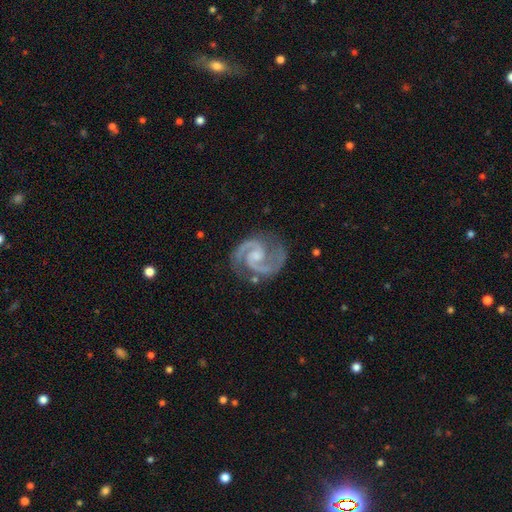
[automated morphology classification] featured or disk 94%, star or artifact 4%, smooth 3%. Down the decision tree: edge-on disk — no (98%); bar — weak (45%); spiral arms — yes (99%); spiral arm count — 2 (94%); spiral winding — medium (62%); bulge size — small (47%); merging — none (81%).